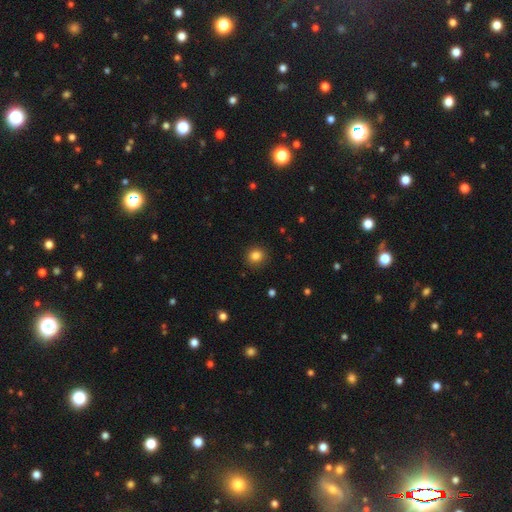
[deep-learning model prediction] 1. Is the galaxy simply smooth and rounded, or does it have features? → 84% smooth, 11% star or artifact, 5% featured or disk.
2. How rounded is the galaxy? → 81% round, 18% in between, 1% cigar-shaped.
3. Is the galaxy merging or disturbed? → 89% none, 8% minor disturbance, 2% major disturbance, 1% merger.